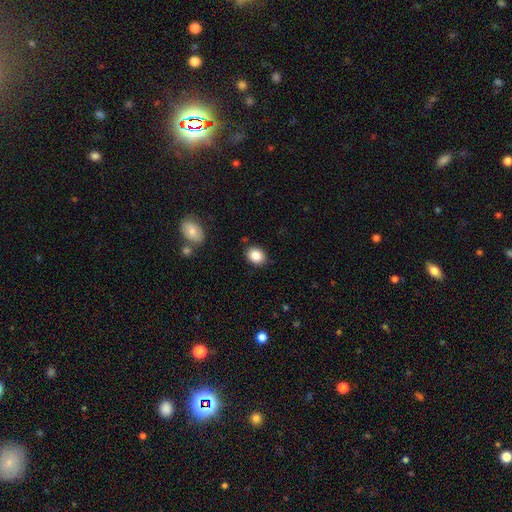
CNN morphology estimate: Smooth or featured?
  - smooth: 86% *
  - star or artifact: 8%
  - featured or disk: 5%
How rounded?
  - in between: 58% *
  - round: 41%
  - cigar-shaped: 1%
Merging?
  - none: 86% *
  - minor disturbance: 10%
  - major disturbance: 2%
  - merger: 2%